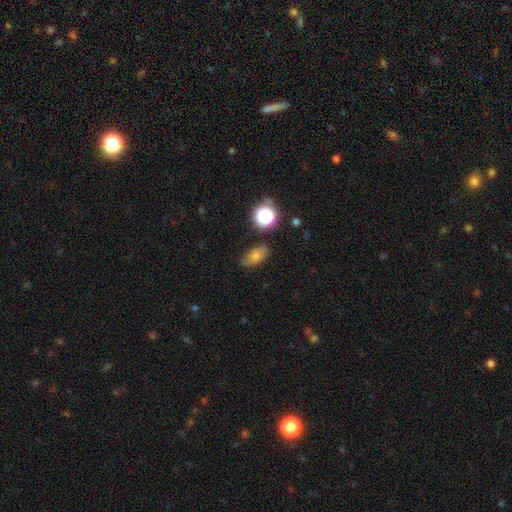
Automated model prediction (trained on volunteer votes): Morphology: type=smooth (72%); roundness=in between (83%); merging=none (78%).